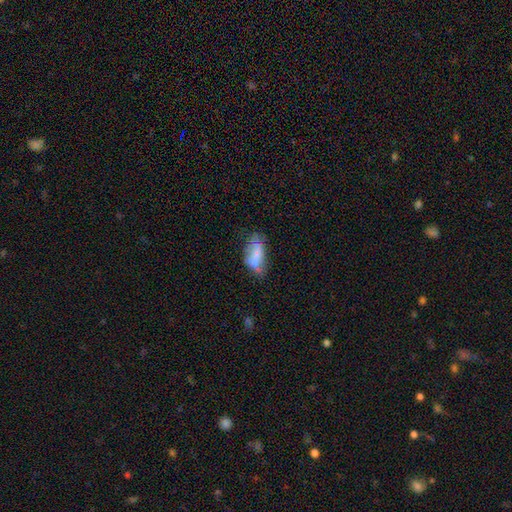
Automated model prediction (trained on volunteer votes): A smooth galaxy with no disk features (54%) that is in between round and cigar-shaped (87%). Merging: none (39%).